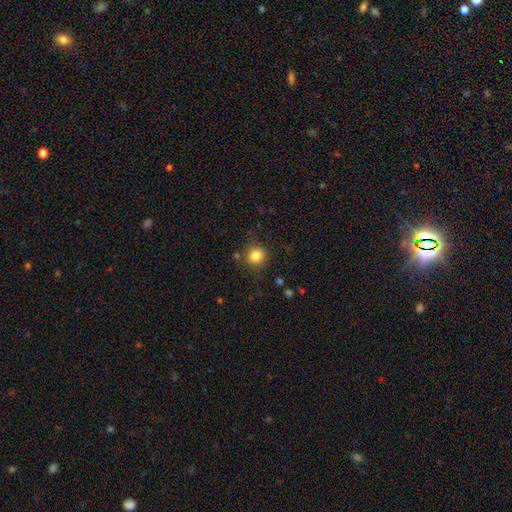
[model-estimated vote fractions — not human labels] Q: Smooth or featured?
A: smooth (82%); runner-up: star or artifact (12%)
Q: How rounded?
A: round (85%); runner-up: in between (14%)
Q: Merging?
A: none (81%); runner-up: minor disturbance (12%)